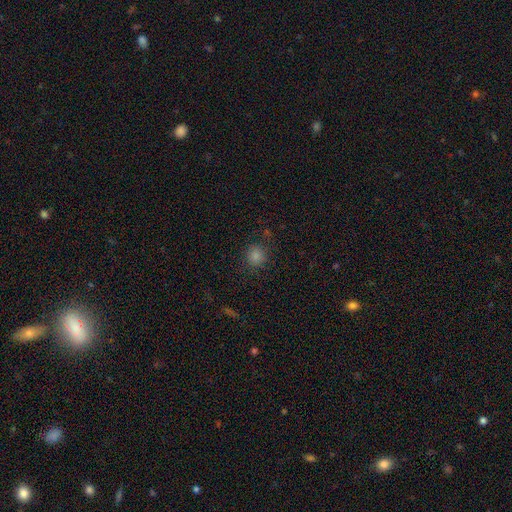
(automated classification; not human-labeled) Overall: smooth (72%). How rounded: round (91%). Merging: none (84%).